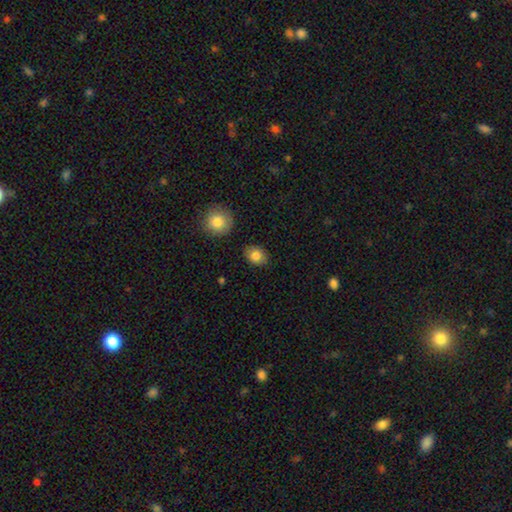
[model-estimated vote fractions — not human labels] Smooth or featured?
  - smooth: 84% *
  - star or artifact: 8%
  - featured or disk: 8%
How rounded?
  - in between: 60% *
  - round: 38%
  - cigar-shaped: 1%
Merging?
  - none: 85% *
  - minor disturbance: 10%
  - merger: 3%
  - major disturbance: 2%